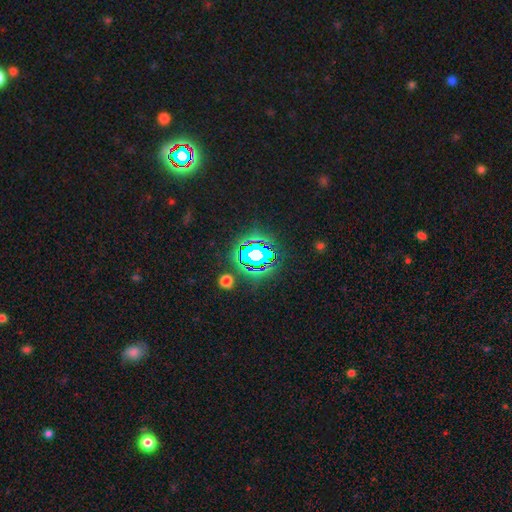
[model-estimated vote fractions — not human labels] This appears to be a star or artifact, not a galaxy (71%).